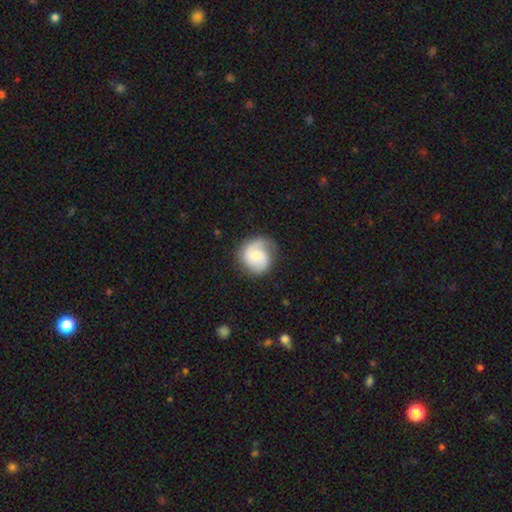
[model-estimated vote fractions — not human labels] Overall: featured or disk (57%; smooth 36%). Edge-on disk: no (98%). Bar: no (56%; weak 38%). Spiral arms: yes (91%). Spiral arm count: 2 (60%; 1 26%). Spiral winding: medium (43%; tight 32%). Bulge size: small (48%; moderate 38%). Merging: none (69%).